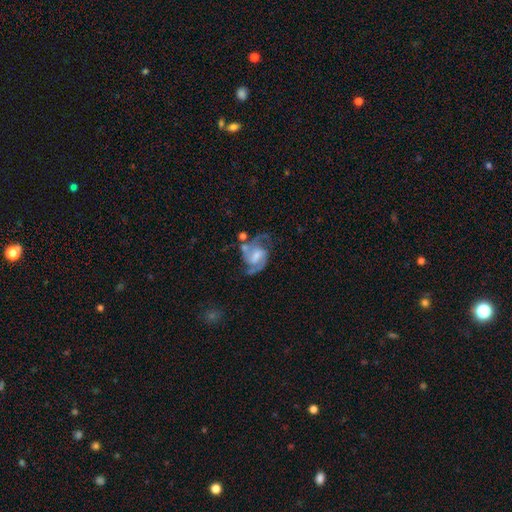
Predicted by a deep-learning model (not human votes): Smooth or featured: featured or disk — 84% (smooth — 10%)
Edge-on disk: no — 98% (yes — 2%)
Bar: weak — 53% (no — 25%)
Spiral arms: yes — 95% (no — 5%)
Spiral winding: medium — 55% (loose — 26%)
Spiral arm count: 2 — 83% (can't tell — 6%)
Bulge size: moderate — 40% (small — 35%)
Merging: none — 52% (minor disturbance — 21%)